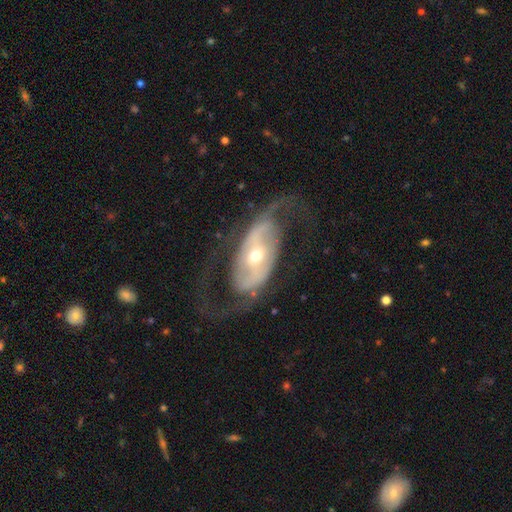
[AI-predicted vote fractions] A featured or disk galaxy (86%) with no bar (37%), 2 (89%) medium (44%) spiral arms (89%) and a moderate central bulge (49%).

Vote fractions:
- Smooth or featured? featured or disk: 86% / smooth: 9% / star or artifact: 5%
- Edge-on disk? no: 94% / yes: 6%
- Bar? no: 37% / strong: 32% / weak: 31%
- Spiral arms? yes: 89% / no: 11%
- Spiral winding? medium: 44% / loose: 41% / tight: 15%
- Spiral arm count? 2: 89% / can't tell: 5% / 1: 2% / 3: 1% / 4: 1% / more than 4: 1%
- Bulge size? moderate: 49% / small: 45% / large: 4% / dominant: 1% / none: 1%
- Merging? none: 69% / major disturbance: 16% / minor disturbance: 13% / merger: 2%